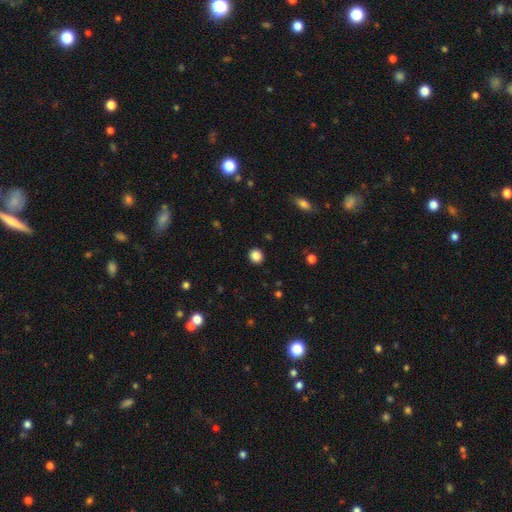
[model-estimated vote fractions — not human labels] Q: Smooth or featured?
A: smooth (86%); runner-up: star or artifact (11%)
Q: How rounded?
A: round (89%); runner-up: in between (10%)
Q: Merging?
A: none (93%); runner-up: minor disturbance (5%)